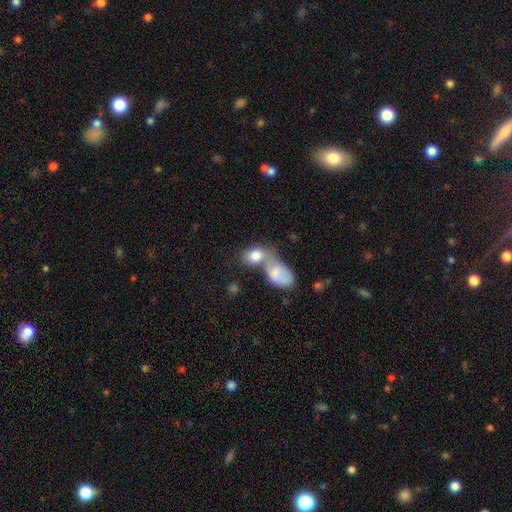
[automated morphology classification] This is clearly a smooth galaxy (81%). How rounded: likely in between (75%). Merging: likely merger (65%).